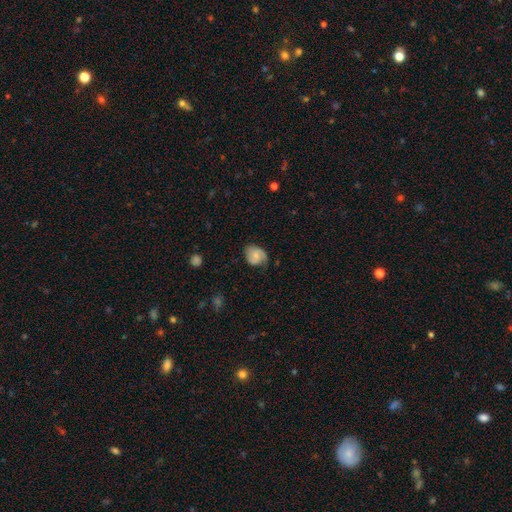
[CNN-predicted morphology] A smooth galaxy with no disk features (50%) that is round (50%). Merging: none (51%).